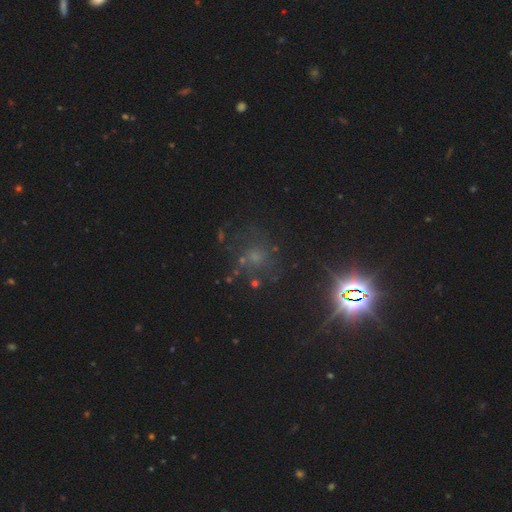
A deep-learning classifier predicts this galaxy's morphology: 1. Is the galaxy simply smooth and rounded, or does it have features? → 43% star or artifact, 31% smooth, 26% featured or disk.